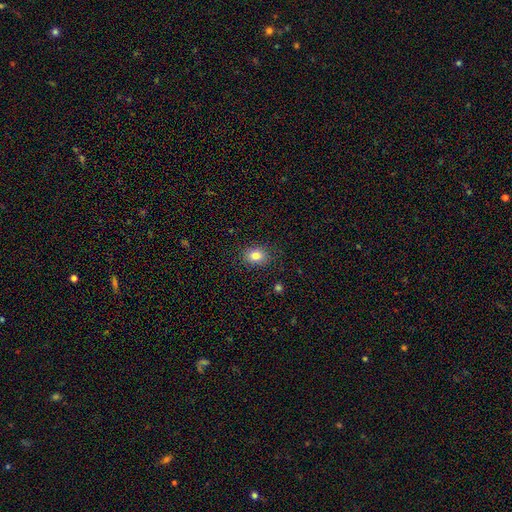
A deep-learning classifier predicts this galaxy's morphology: The model was most divided on "how rounded": in between: 54%, round: 45%, cigar-shaped: 1%. More confident: merging — none (85%); smooth or featured — smooth (82%).